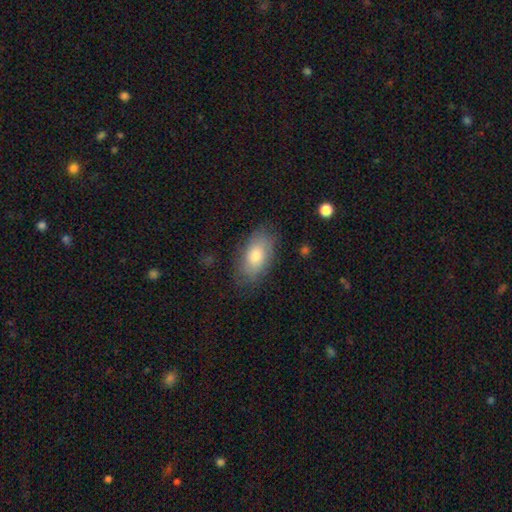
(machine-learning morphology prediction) smooth 75%, featured or disk 18%, star or artifact 7%. Down the decision tree: how rounded — in between (92%); merging — none (79%).